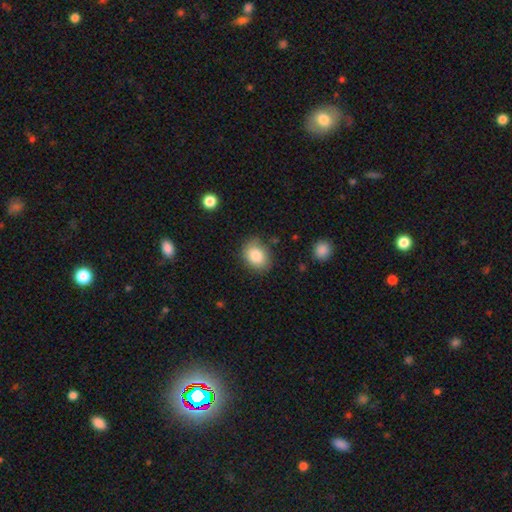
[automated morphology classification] Q: Smooth or featured?
A: smooth (85%); runner-up: star or artifact (8%)
Q: How rounded?
A: in between (61%); runner-up: round (38%)
Q: Merging?
A: none (78%); runner-up: minor disturbance (16%)